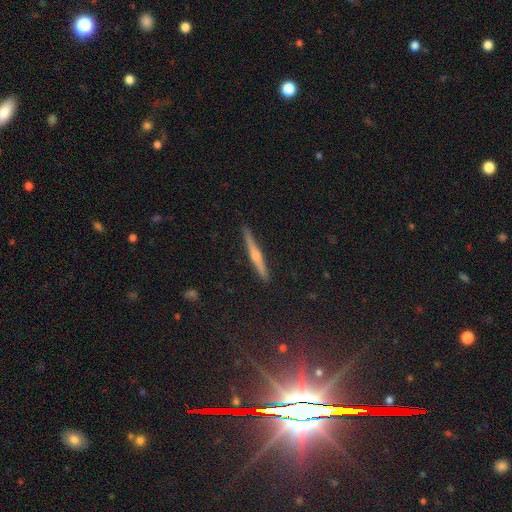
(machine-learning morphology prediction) type=featured or disk (68%); edge-on=yes (98%); edge-on bulge=rounded (79%); merging=none (91%).